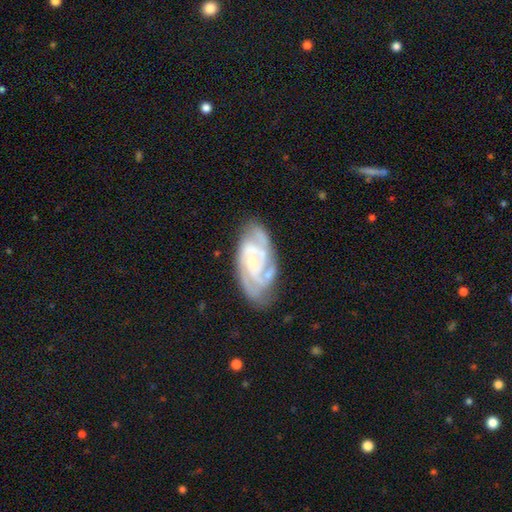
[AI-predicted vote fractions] Smooth or featured?
  - featured or disk: 75% *
  - star or artifact: 14%
  - smooth: 11%
Edge-on disk?
  - no: 95% *
  - yes: 5%
Bar?
  - no: 50% *
  - weak: 36%
  - strong: 14%
Spiral arms?
  - yes: 96% *
  - no: 4%
Spiral winding?
  - tight: 67% *
  - medium: 27%
  - loose: 6%
Spiral arm count?
  - 2: 29% *
  - 3: 25%
  - can't tell: 22%
  - 4: 10%
  - more than 4: 7%
  - 1: 7%
Bulge size?
  - small: 67% *
  - moderate: 22%
  - none: 7%
  - large: 3%
  - dominant: 2%
Merging?
  - none: 79% *
  - minor disturbance: 15%
  - major disturbance: 5%
  - merger: 2%